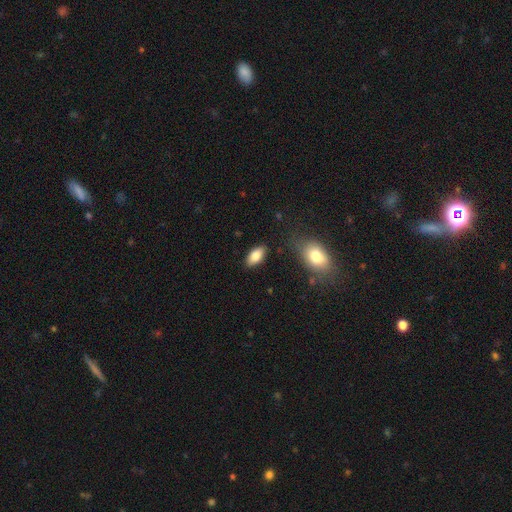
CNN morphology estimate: Smooth or featured: smooth — 83% (featured or disk — 10%)
How rounded: in between — 91% (cigar-shaped — 6%)
Merging: none — 84% (minor disturbance — 11%)